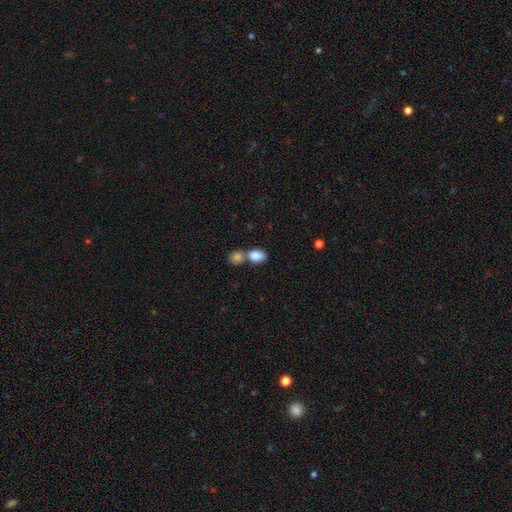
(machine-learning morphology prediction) smooth-or-featured: smooth: 86% | star or artifact: 7% | featured or disk: 6%
  how-rounded: in between: 76% | round: 23% | cigar-shaped: 2%
  merging: merger: 54% | none: 35% | minor disturbance: 8% | major disturbance: 3%